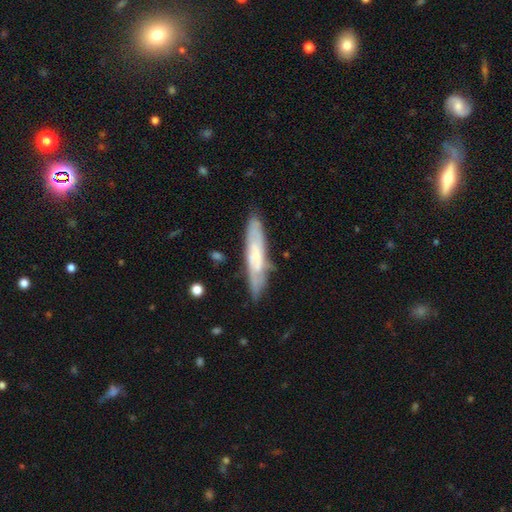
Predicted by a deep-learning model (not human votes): Smooth or featured? Predicted: featured or disk (p=0.50). Edge-on disk? Predicted: yes (p=0.56). Merging? Predicted: none (p=0.76).